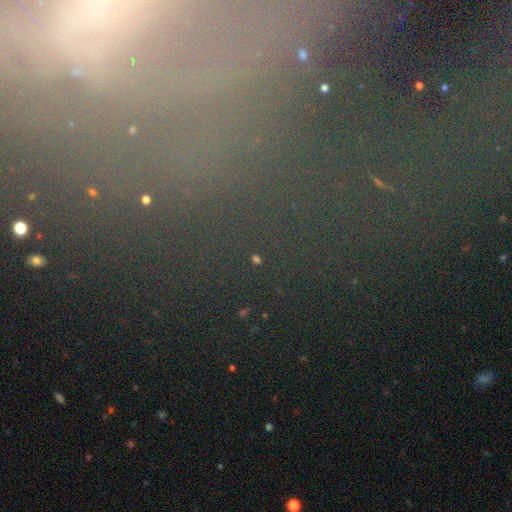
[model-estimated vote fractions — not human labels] A star or artifact, not a galaxy (57%).